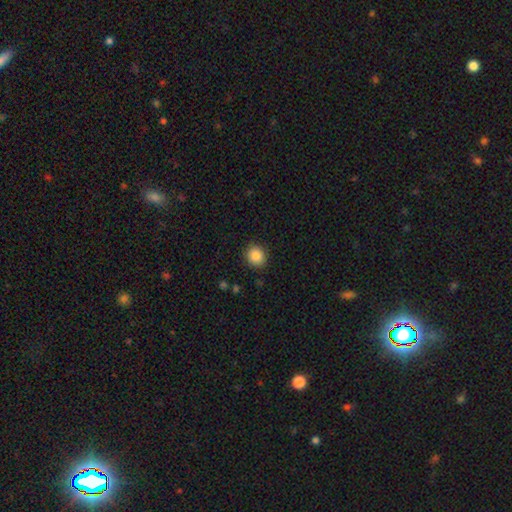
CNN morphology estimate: Overall: smooth (87%). How rounded: round (85%). Merging: none (90%).